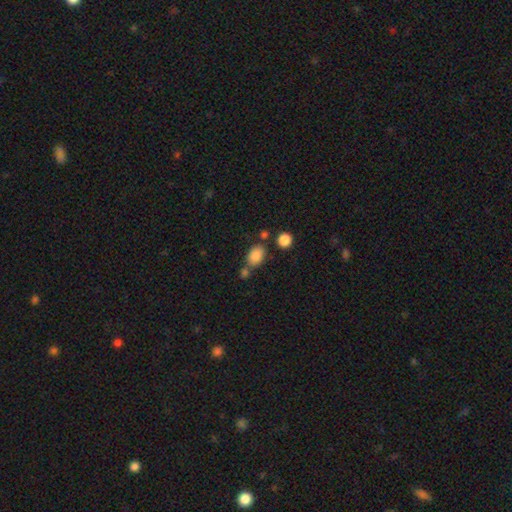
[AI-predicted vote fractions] Overall: smooth (85%). How rounded: in between (78%). Merging: none (61%).